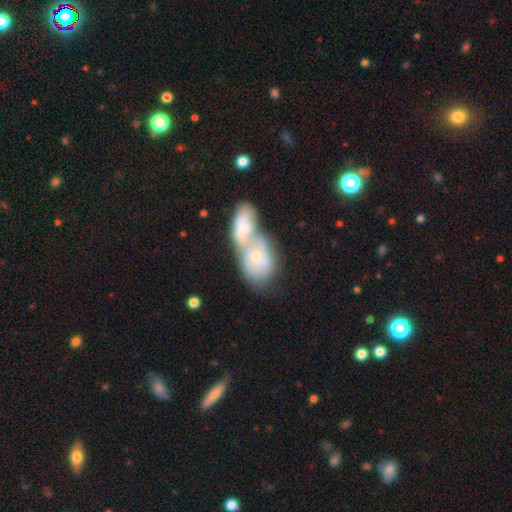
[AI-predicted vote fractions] The model was most divided on "smooth or featured": featured or disk: 49%, smooth: 43%, star or artifact: 8%. More confident: merging — merger (77%).